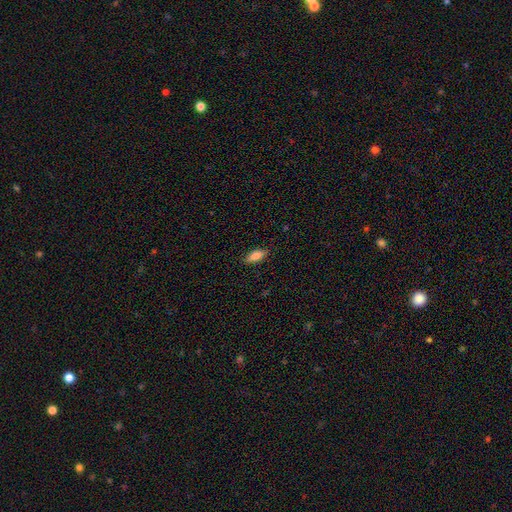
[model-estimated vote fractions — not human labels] Smooth or featured: smooth — 80% (featured or disk — 13%)
How rounded: in between — 75% (cigar-shaped — 22%)
Merging: none — 87% (minor disturbance — 10%)